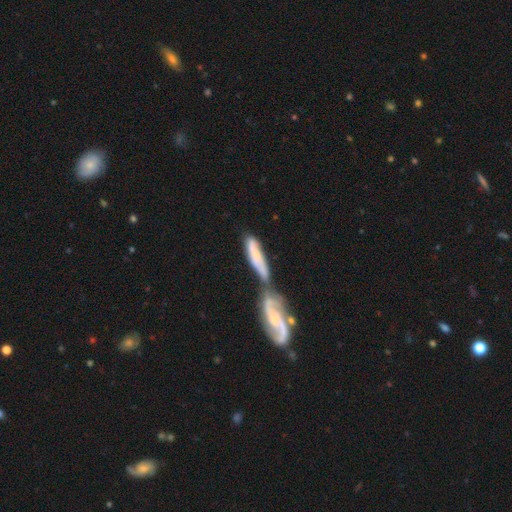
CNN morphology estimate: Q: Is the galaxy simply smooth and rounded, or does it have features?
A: featured or disk — 48%.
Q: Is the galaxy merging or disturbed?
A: merger — 64%.